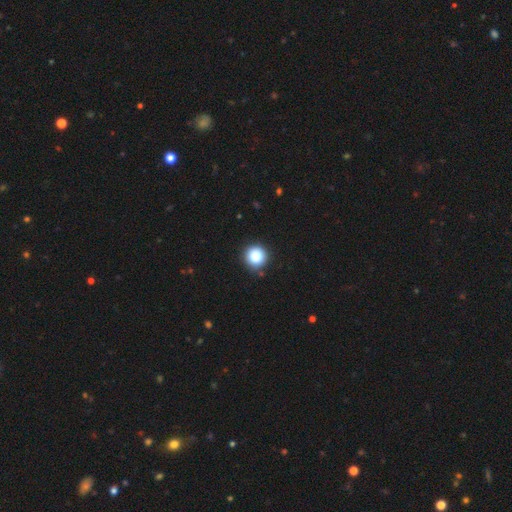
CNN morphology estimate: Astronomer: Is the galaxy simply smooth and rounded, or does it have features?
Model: smooth — 83%.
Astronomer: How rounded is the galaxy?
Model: round — 95%.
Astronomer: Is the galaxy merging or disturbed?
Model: none — 89%.